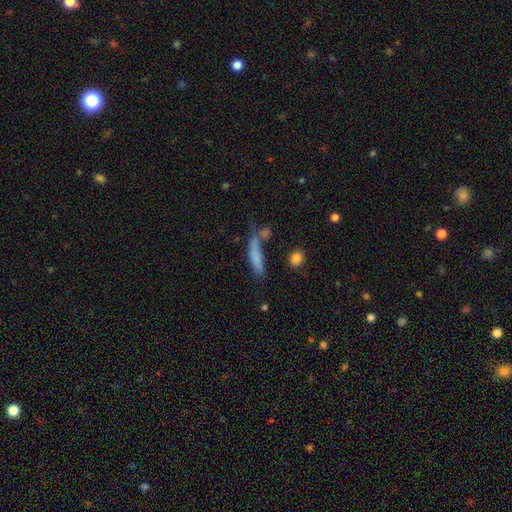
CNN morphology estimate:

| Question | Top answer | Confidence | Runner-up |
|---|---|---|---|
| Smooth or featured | smooth | 72% | featured or disk (19%) |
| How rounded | cigar-shaped | 78% | in between (19%) |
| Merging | none | 51% | minor disturbance (20%) |